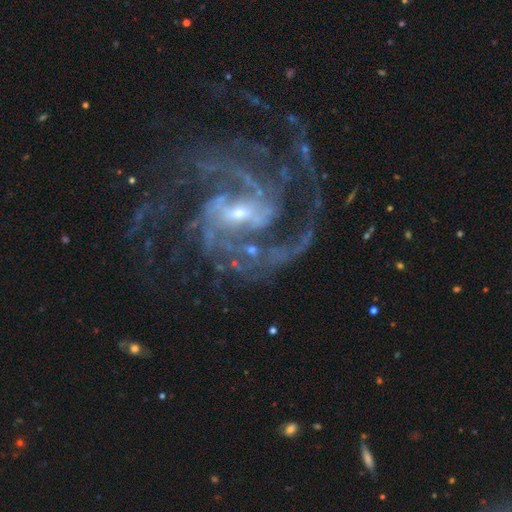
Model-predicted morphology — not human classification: Smooth or featured? featured or disk (92%)
Edge-on disk? no (98%)
Bar? weak (48%)
Spiral arms? yes (98%)
Spiral winding? medium (50%)
Spiral arm count? 2 (27%)
Bulge size? small (66%)
Merging? none (69%)